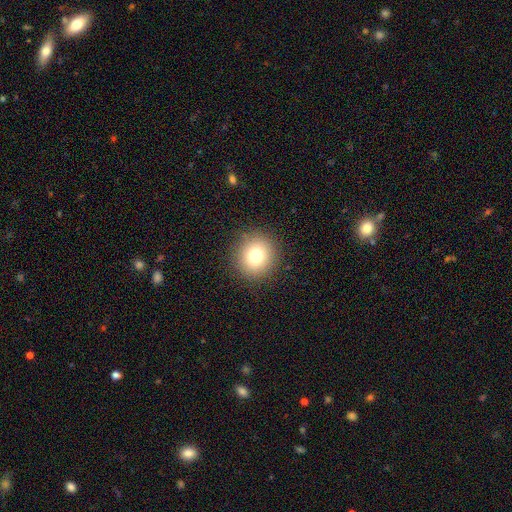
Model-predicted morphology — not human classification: A smooth galaxy with no disk features (78%) that is round (90%).

Vote fractions:
- Smooth or featured? smooth: 78% / star or artifact: 13% / featured or disk: 10%
- How rounded? round: 90% / in between: 9% / cigar-shaped: 1%
- Merging? none: 90% / minor disturbance: 6% / major disturbance: 3% / merger: 1%